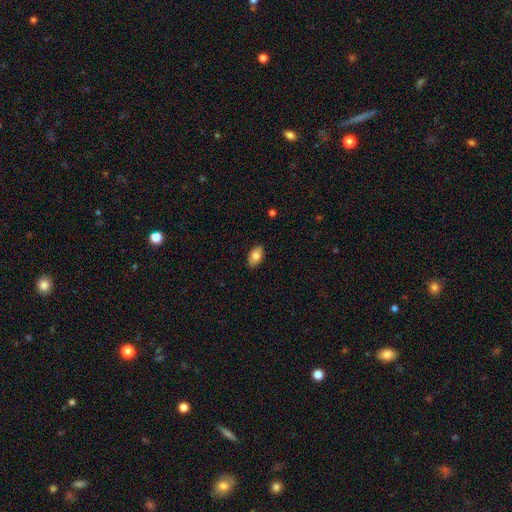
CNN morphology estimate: smooth-or-featured: smooth: 82% | featured or disk: 11% | star or artifact: 7%
  how-rounded: in between: 93% | round: 5% | cigar-shaped: 2%
  merging: none: 88% | minor disturbance: 9% | major disturbance: 2% | merger: 1%